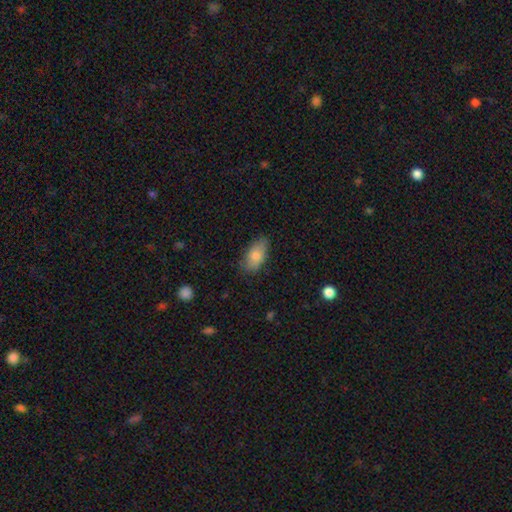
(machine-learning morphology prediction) Smooth or featured: smooth — 79% (featured or disk — 14%)
How rounded: in between — 90% (cigar-shaped — 6%)
Merging: none — 79% (minor disturbance — 17%)